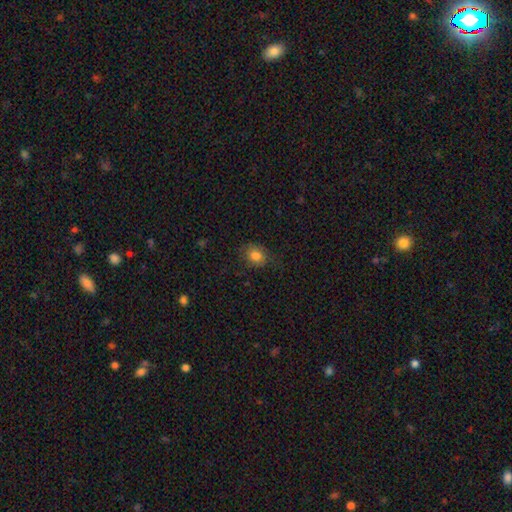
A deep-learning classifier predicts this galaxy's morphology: Smooth or featured? Predicted: smooth (p=0.82). How rounded? Predicted: round (p=0.50). Merging? Predicted: none (p=0.77).